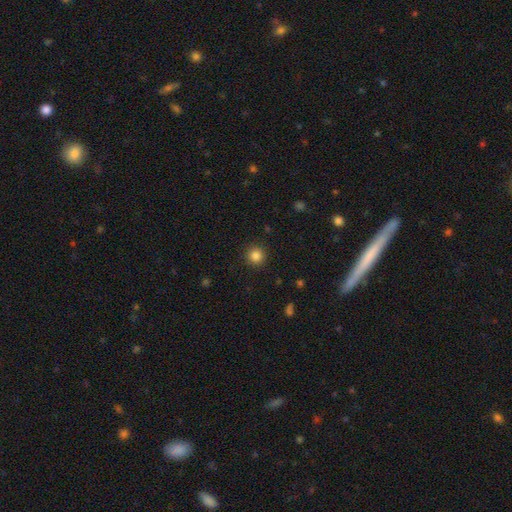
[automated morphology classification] Overall: smooth (85%). How rounded: round (95%). Merging: none (91%).